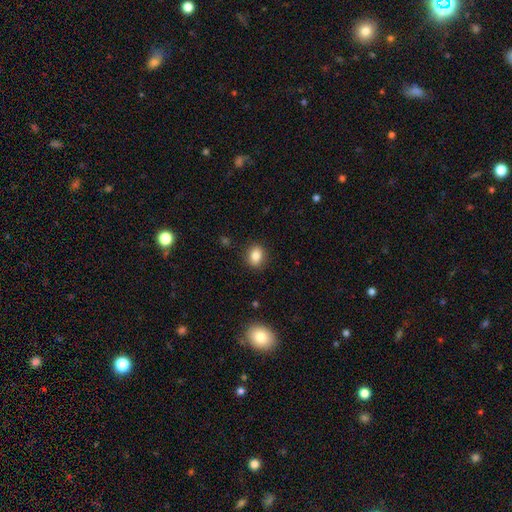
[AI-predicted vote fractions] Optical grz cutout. It shows a smooth galaxy with no disk features (84%) that is in between round and cigar-shaped (56%). Merging: none (88%).